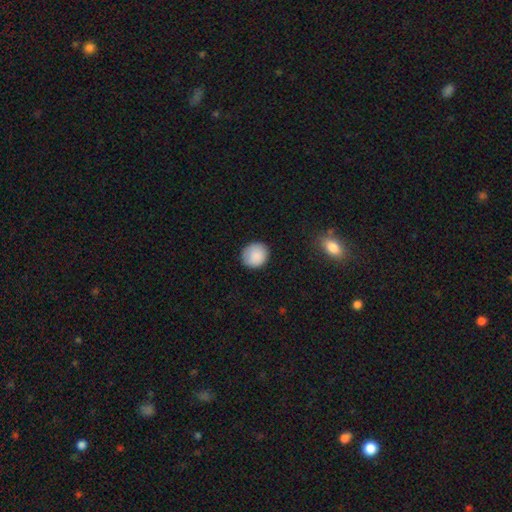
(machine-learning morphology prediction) Smooth or featured?
  - smooth: 89% *
  - star or artifact: 7%
  - featured or disk: 4%
How rounded?
  - round: 88% *
  - in between: 12%
  - cigar-shaped: 1%
Merging?
  - none: 87% *
  - minor disturbance: 10%
  - major disturbance: 2%
  - merger: 1%